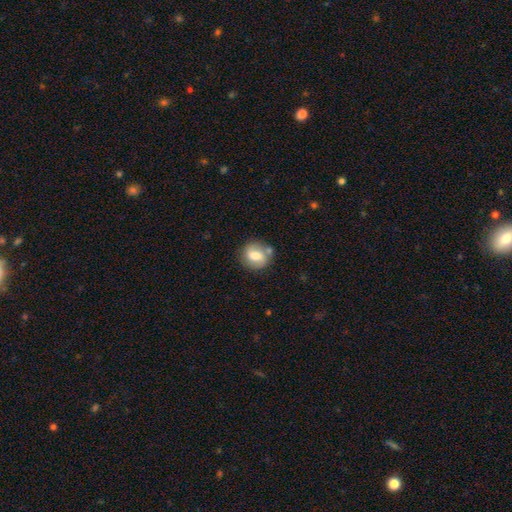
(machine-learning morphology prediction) This is likely a smooth galaxy (64%). How rounded: likely round (73%). Merging: likely none (66%).